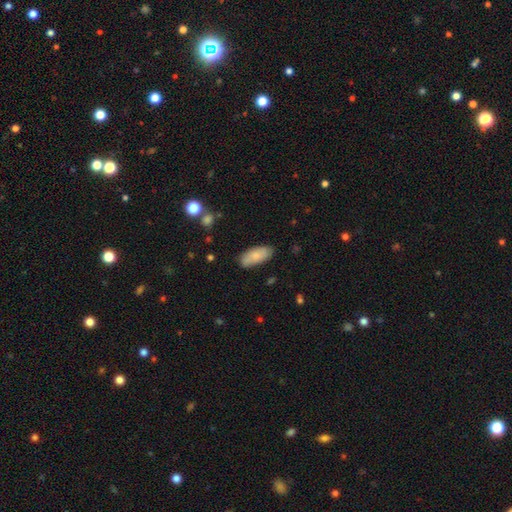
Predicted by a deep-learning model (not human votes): A smooth galaxy with no disk features (79%) that is in between round and cigar-shaped (86%).

Vote fractions:
- Smooth or featured? smooth: 79% / featured or disk: 16% / star or artifact: 6%
- How rounded? in between: 86% / cigar-shaped: 12% / round: 2%
- Merging? none: 80% / minor disturbance: 15% / major disturbance: 3% / merger: 2%